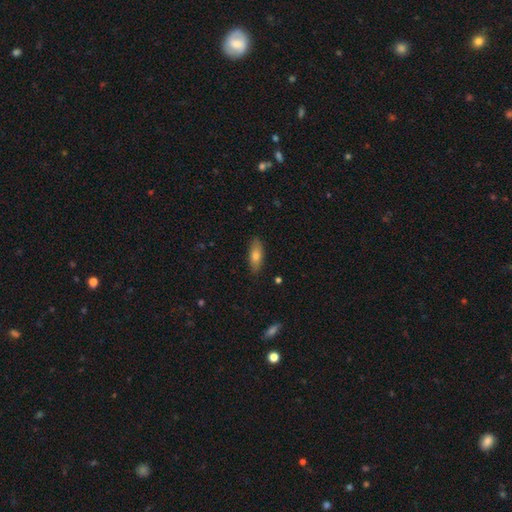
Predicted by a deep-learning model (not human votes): A smooth galaxy with no disk features (73%) that is in between round and cigar-shaped (68%).

Vote fractions:
- Smooth or featured? smooth: 73% / featured or disk: 20% / star or artifact: 7%
- How rounded? in between: 68% / cigar-shaped: 29% / round: 3%
- Merging? none: 86% / minor disturbance: 11% / major disturbance: 2% / merger: 1%